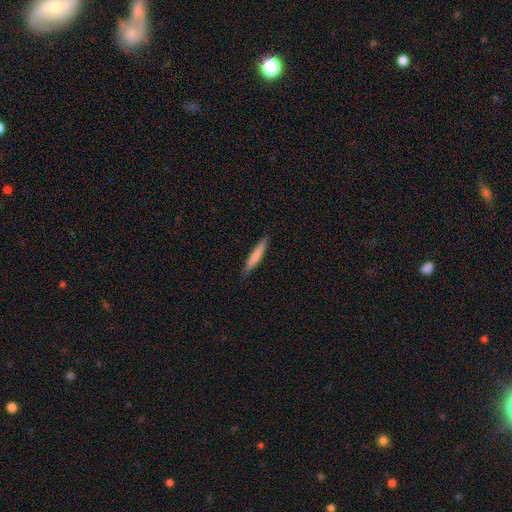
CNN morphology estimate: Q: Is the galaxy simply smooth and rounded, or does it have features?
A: smooth — 76%.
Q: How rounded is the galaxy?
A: cigar-shaped — 93%.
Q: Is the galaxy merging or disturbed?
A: none — 89%.